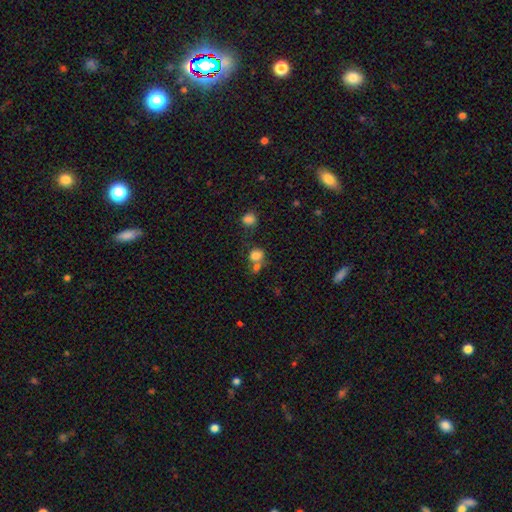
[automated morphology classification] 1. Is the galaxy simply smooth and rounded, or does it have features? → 78% smooth, 13% star or artifact, 9% featured or disk.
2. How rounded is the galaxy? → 56% round, 43% in between, 1% cigar-shaped.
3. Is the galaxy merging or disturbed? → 44% merger, 37% none, 12% minor disturbance, 7% major disturbance.